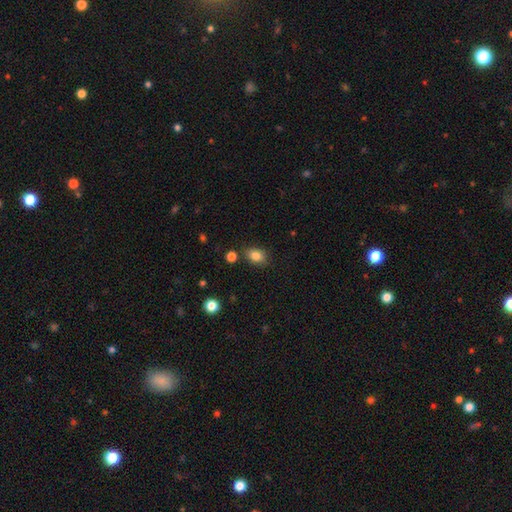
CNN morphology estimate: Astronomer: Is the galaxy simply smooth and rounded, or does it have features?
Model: smooth — 83%.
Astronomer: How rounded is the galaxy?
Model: in between — 73%.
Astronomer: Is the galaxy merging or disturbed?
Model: none — 80%.